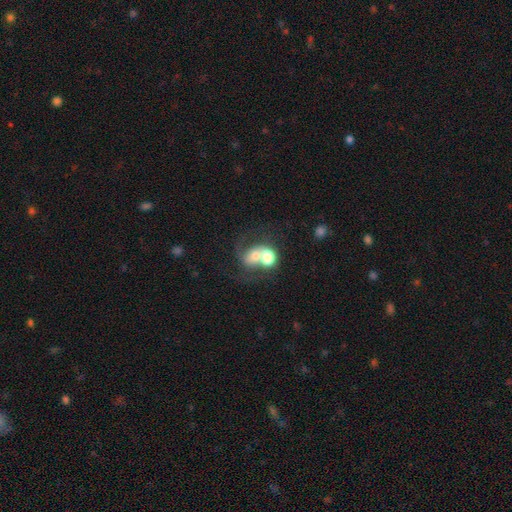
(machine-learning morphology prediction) The model was most divided on "smooth or featured": smooth: 52%, featured or disk: 38%, star or artifact: 10%. More confident: merging — merger (68%); how rounded — round (57%).